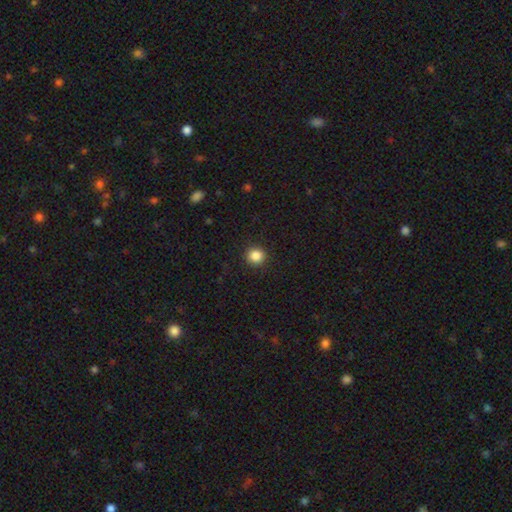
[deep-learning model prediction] Overall: smooth (86%). How rounded: round (92%). Merging: none (92%).